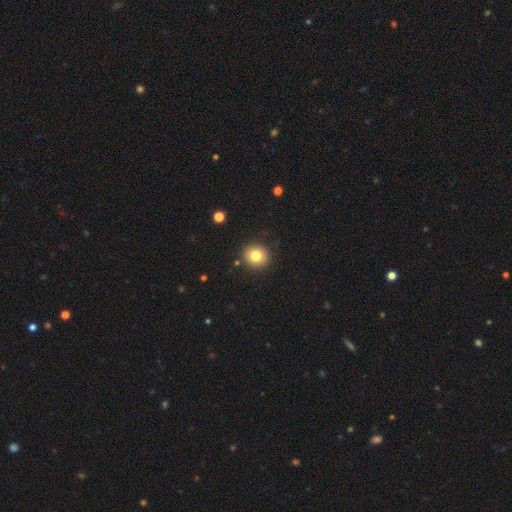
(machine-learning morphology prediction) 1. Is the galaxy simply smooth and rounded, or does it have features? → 80% smooth, 11% star or artifact, 9% featured or disk.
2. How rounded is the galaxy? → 90% round, 9% in between, 1% cigar-shaped.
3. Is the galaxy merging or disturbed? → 90% none, 6% minor disturbance, 2% major disturbance, 2% merger.